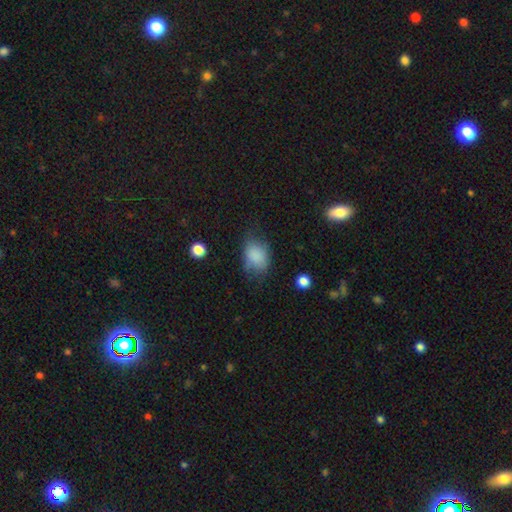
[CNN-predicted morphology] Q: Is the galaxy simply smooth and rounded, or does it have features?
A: smooth — 82%.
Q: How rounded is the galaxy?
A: in between — 71%.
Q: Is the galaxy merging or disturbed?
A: none — 57%.